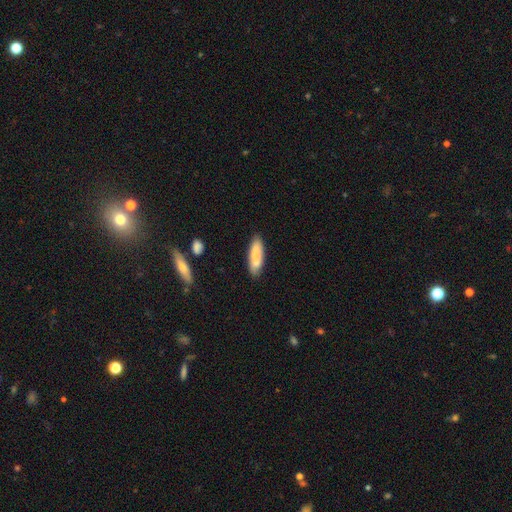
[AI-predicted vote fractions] smooth_or_featured: smooth (p=0.74) [alt: featured or disk p=0.19]
how_rounded: cigar-shaped (p=0.58) [alt: in between p=0.41]
merging: none (p=0.75) [alt: minor disturbance p=0.15]